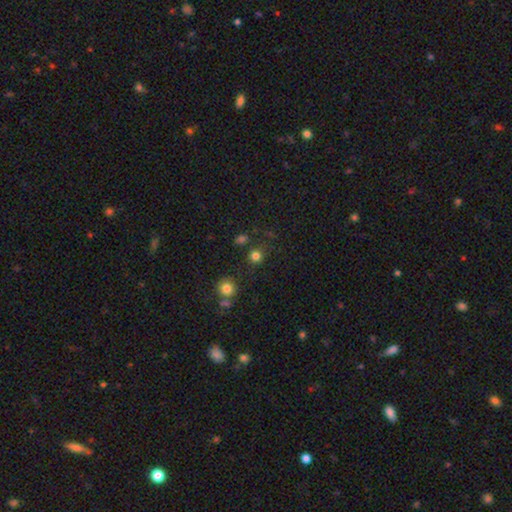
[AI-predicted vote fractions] Q: Smooth or featured?
A: smooth (78%); runner-up: star or artifact (18%)
Q: How rounded?
A: round (90%); runner-up: in between (9%)
Q: Merging?
A: none (81%); runner-up: minor disturbance (9%)